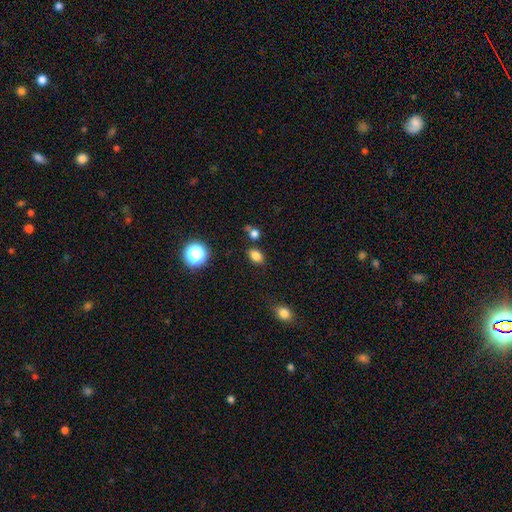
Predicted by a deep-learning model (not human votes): The model was most divided on "how rounded": in between: 72%, round: 26%, cigar-shaped: 1%. More confident: smooth or featured — smooth (80%); merging — none (77%).